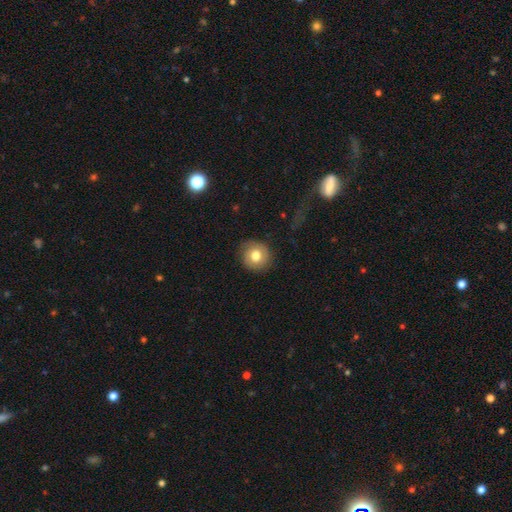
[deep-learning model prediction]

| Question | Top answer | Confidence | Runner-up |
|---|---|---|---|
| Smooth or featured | smooth | 75% | featured or disk (16%) |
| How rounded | round | 90% | in between (9%) |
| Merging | none | 84% | minor disturbance (11%) |